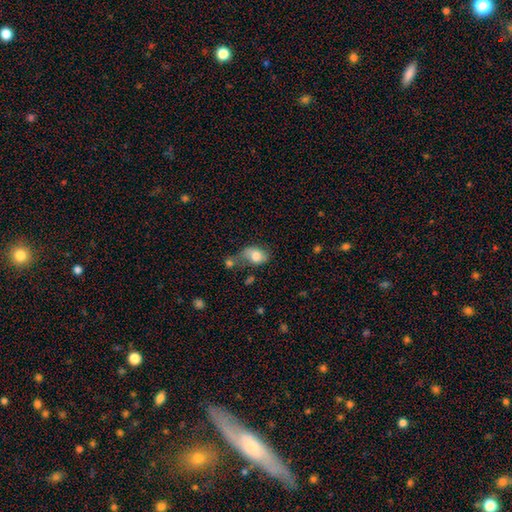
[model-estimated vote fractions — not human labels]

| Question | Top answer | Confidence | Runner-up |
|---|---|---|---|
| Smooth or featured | smooth | 74% | featured or disk (18%) |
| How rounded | in between | 75% | round (23%) |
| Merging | none | 34% | merger (27%) |